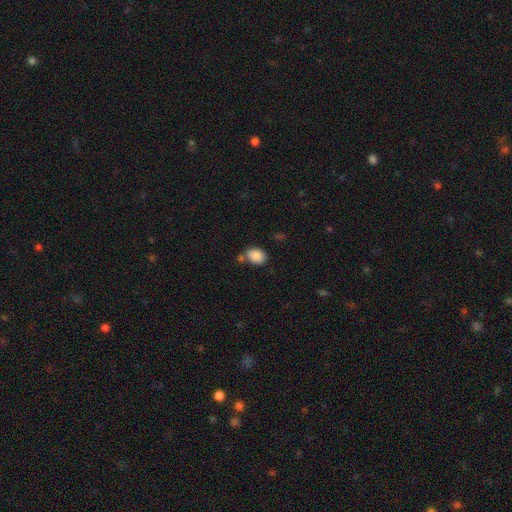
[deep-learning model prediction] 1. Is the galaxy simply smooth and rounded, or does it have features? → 87% smooth, 8% star or artifact, 5% featured or disk.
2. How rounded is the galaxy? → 69% in between, 30% round, 1% cigar-shaped.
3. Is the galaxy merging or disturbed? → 66% none, 16% merger, 15% minor disturbance, 4% major disturbance.